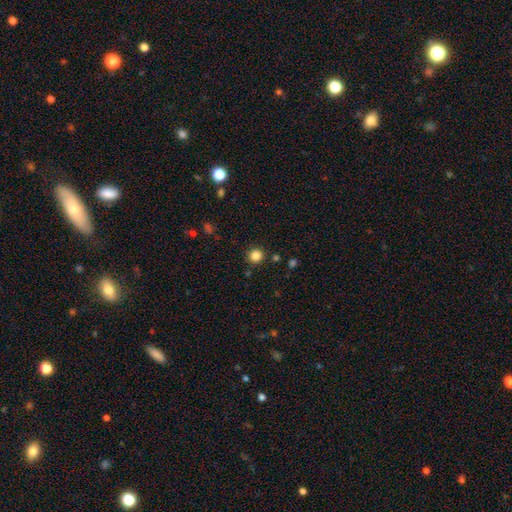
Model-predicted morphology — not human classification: A smooth galaxy with no disk features (84%) that is round (94%). Merging: none (89%).